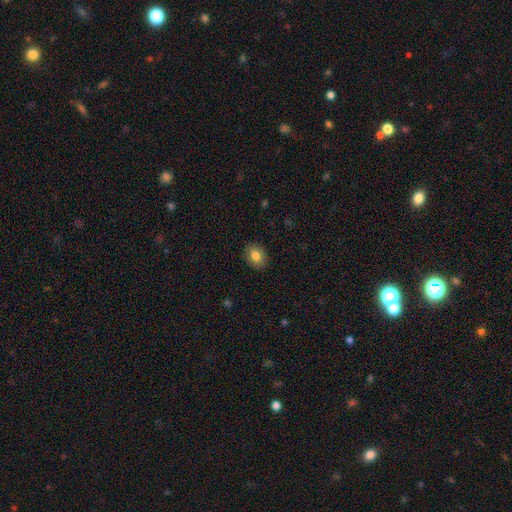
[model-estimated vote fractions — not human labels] Smooth or featured? Predicted: smooth (p=0.81). How rounded? Predicted: in between (p=0.67). Merging? Predicted: none (p=0.88).